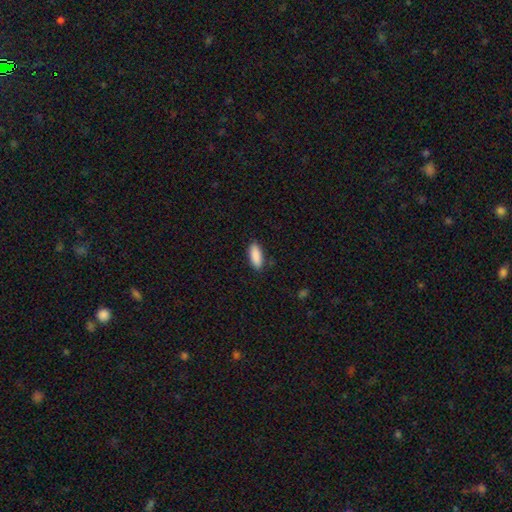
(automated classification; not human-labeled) Overall: smooth (90%). How rounded: in between (75%). Merging: none (86%).